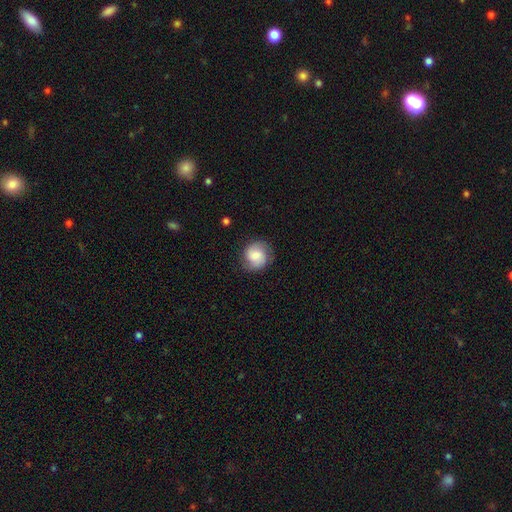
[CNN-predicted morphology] Overall: smooth (56%; featured or disk 36%). How rounded: round (86%). Merging: none (79%).